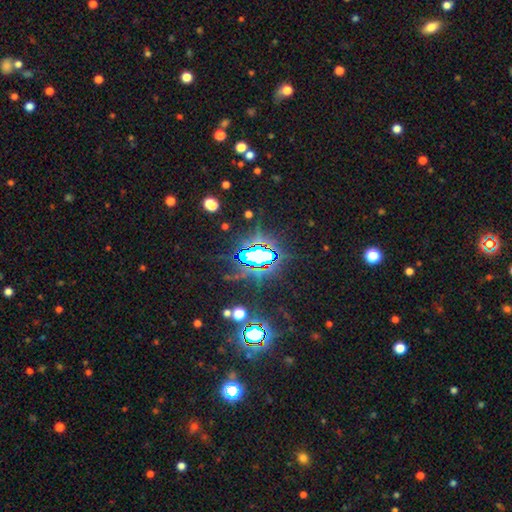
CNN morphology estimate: Smooth or featured? Predicted: star or artifact (p=0.72).